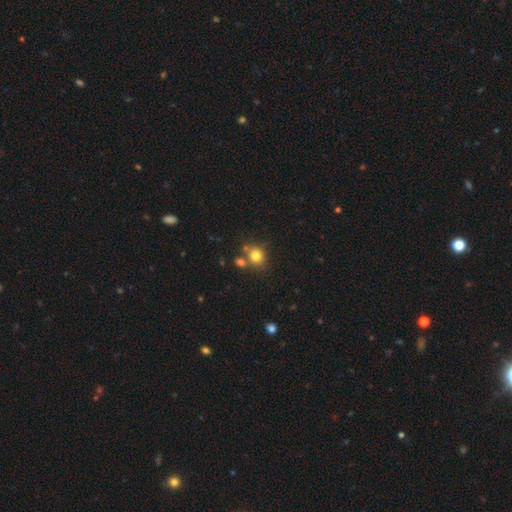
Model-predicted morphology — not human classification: smooth-or-featured: smooth: 79% | star or artifact: 12% | featured or disk: 8%
  how-rounded: round: 76% | in between: 24% | cigar-shaped: 1%
  merging: none: 62% | merger: 21% | minor disturbance: 12% | major disturbance: 4%